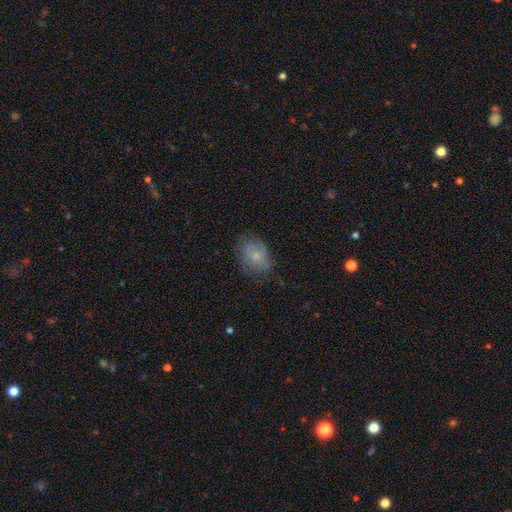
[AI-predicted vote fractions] Overall: smooth (74%). How rounded: in between (78%). Merging: none (71%).